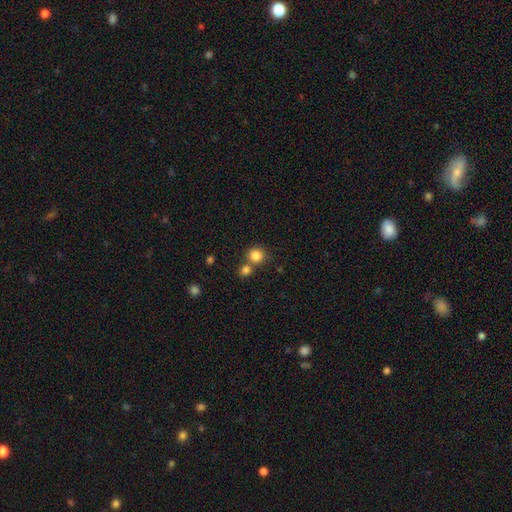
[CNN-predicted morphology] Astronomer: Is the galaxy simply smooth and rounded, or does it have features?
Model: smooth — 84%.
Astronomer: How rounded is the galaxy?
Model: round — 89%.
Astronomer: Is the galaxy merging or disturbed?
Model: none — 61%.